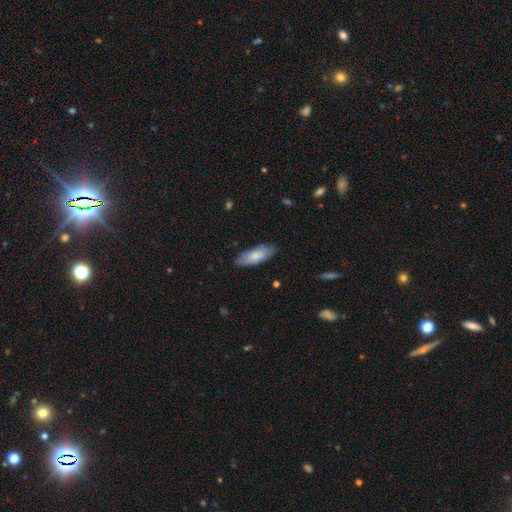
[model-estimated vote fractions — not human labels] Q: Smooth or featured?
A: smooth (77%); runner-up: featured or disk (17%)
Q: How rounded?
A: in between (71%); runner-up: cigar-shaped (27%)
Q: Merging?
A: none (82%); runner-up: minor disturbance (14%)